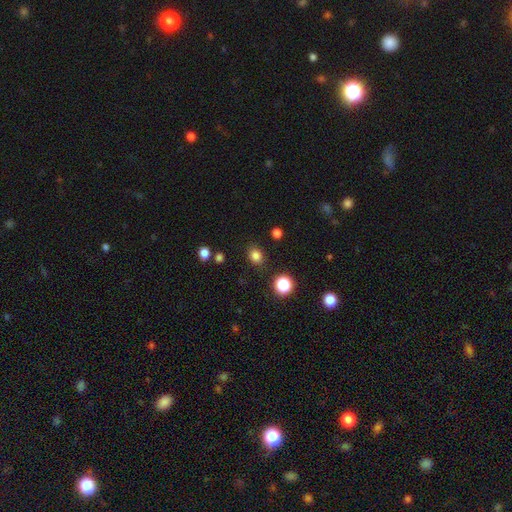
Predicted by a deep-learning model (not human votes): Overall: smooth (82%). How rounded: round (54%; in between 45%). Merging: none (85%).